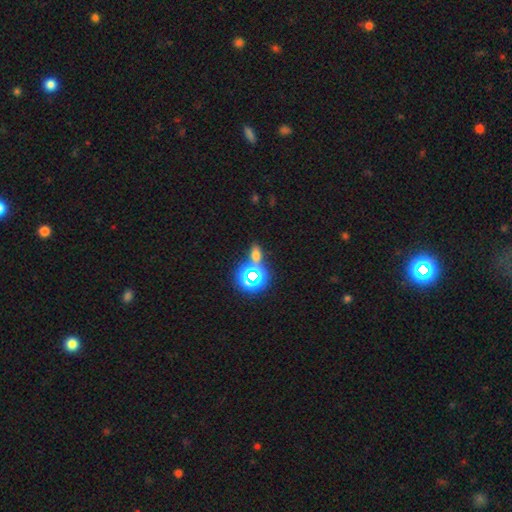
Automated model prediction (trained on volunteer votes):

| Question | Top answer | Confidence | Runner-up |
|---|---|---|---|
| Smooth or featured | smooth | 52% | star or artifact (38%) |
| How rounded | in between | 72% | round (23%) |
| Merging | none | 67% | merger (18%) |